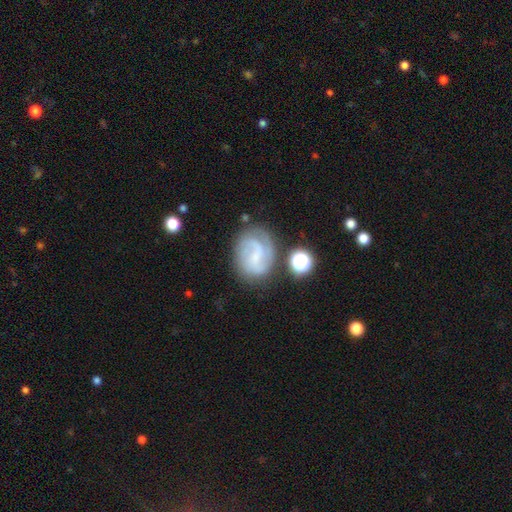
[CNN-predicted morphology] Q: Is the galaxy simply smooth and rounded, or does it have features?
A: featured or disk — 73%.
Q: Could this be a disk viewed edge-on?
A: no — 97%.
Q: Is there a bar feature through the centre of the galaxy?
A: weak — 48%.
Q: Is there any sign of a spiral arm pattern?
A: yes — 93%.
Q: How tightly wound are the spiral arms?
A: medium — 45%.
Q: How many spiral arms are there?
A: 2 — 52%.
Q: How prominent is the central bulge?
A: small — 54%.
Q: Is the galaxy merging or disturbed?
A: none — 65%.